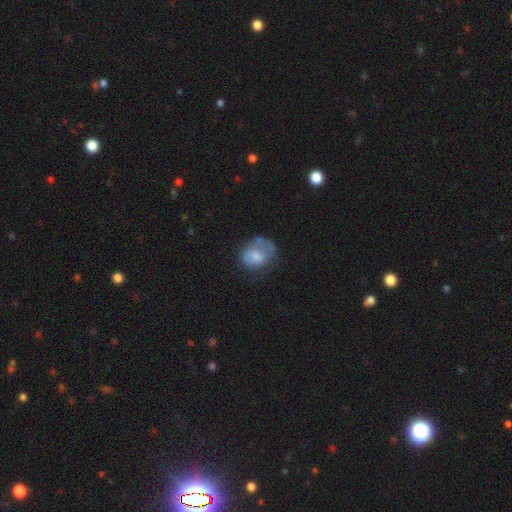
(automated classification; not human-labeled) Smooth or featured? smooth (59%)
How rounded? round (54%)
Merging? none (39%)